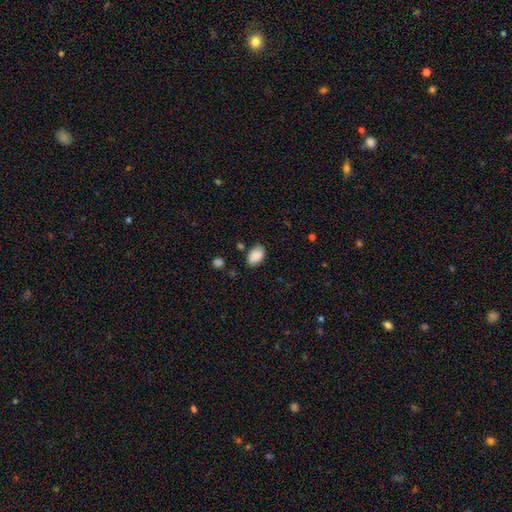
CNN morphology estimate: Smooth or featured? smooth (88%)
How rounded? in between (90%)
Merging? none (77%)